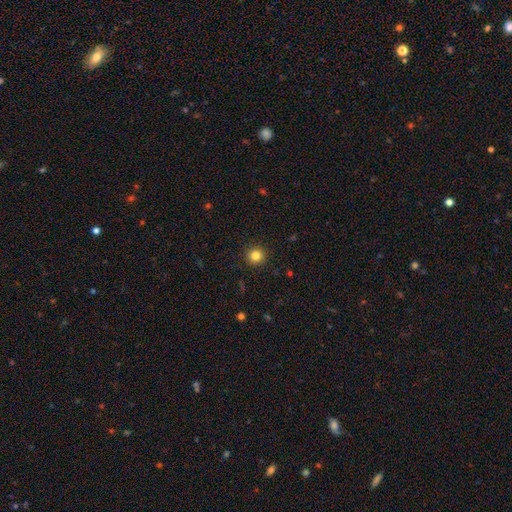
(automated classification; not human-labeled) Smooth or featured? Predicted: smooth (p=0.83). How rounded? Predicted: round (p=0.94). Merging? Predicted: none (p=0.92).